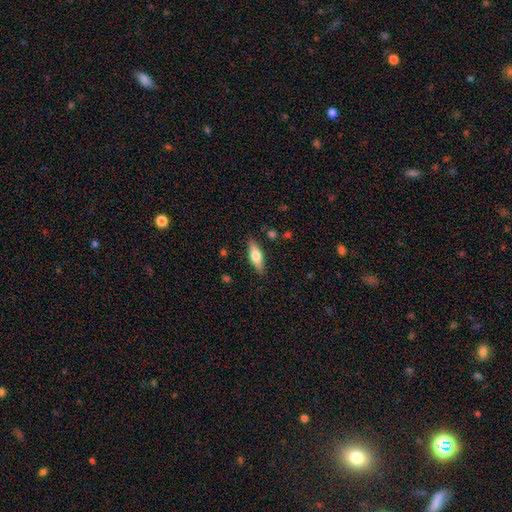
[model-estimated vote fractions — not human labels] Smooth or featured? Predicted: smooth (p=0.59). How rounded? Predicted: in between (p=0.52). Merging? Predicted: none (p=0.86).